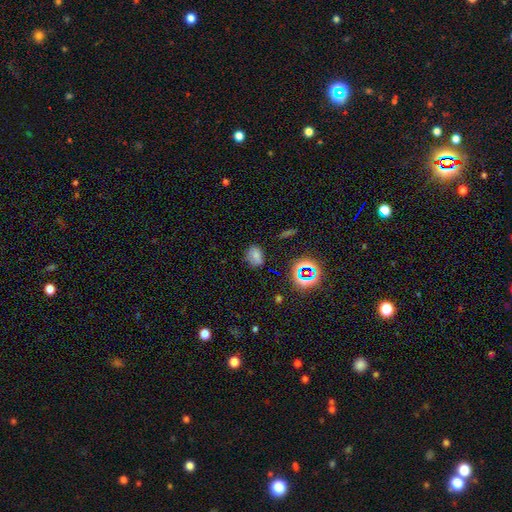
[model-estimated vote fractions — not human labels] Overall: smooth (69%). How rounded: in between (68%; round 31%). Merging: none (75%).